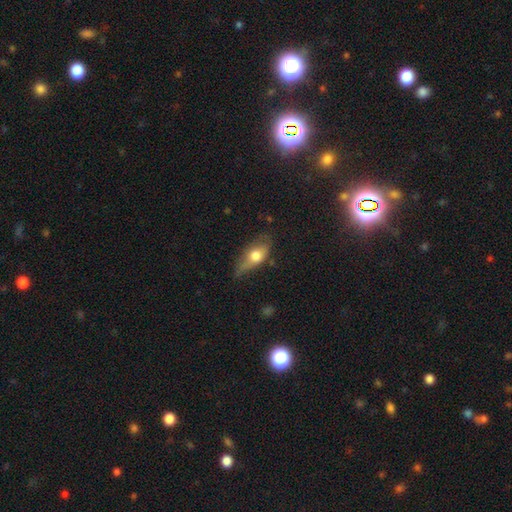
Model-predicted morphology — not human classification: smooth 62%, featured or disk 31%, star or artifact 7%. Down the decision tree: how rounded — in between (74%); merging — none (51%).